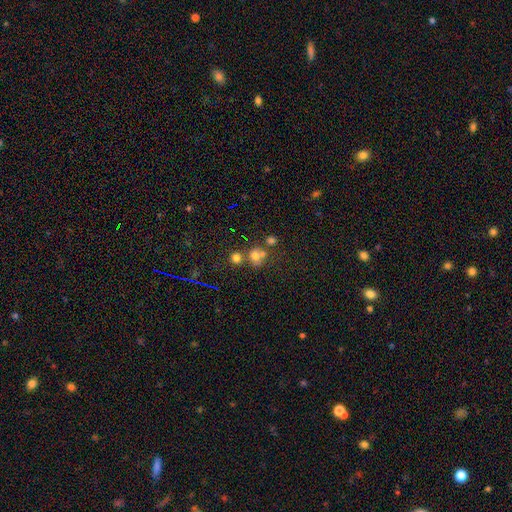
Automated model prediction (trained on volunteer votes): smooth_or_featured: smooth (p=0.61) [alt: star or artifact p=0.23]
how_rounded: round (p=0.80) [alt: in between p=0.19]
merging: none (p=0.47) [alt: merger p=0.38]